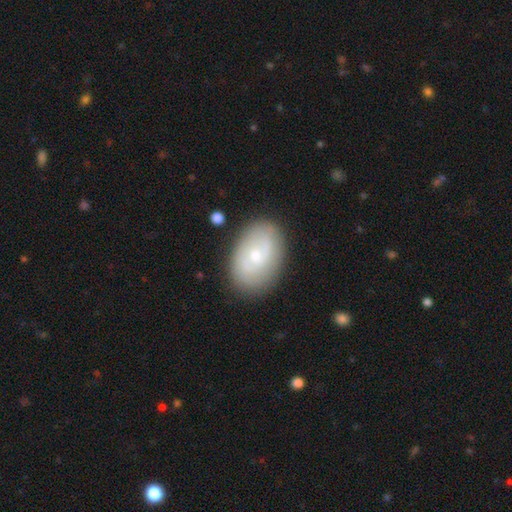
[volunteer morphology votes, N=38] smooth-or-featured: smooth: 61% | featured or disk: 34% | star or artifact: 5%
  how-rounded: in between: 87% | round: 9% | cigar-shaped: 4%
  merging: none: 83% | minor disturbance: 14% | merger: 3% | major disturbance: 0%